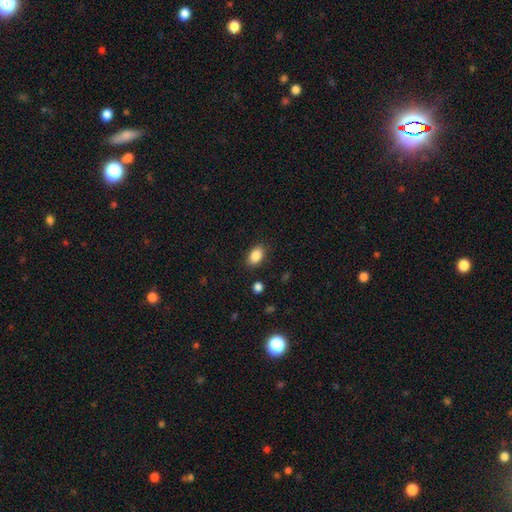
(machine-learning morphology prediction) Smooth or featured: smooth — 87% (star or artifact — 8%)
How rounded: in between — 87% (round — 12%)
Merging: none — 86% (minor disturbance — 10%)